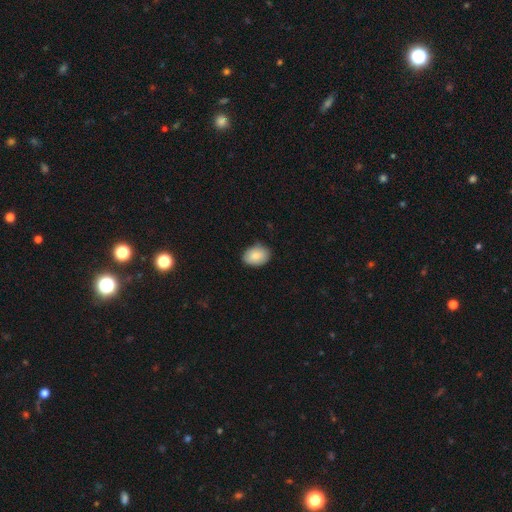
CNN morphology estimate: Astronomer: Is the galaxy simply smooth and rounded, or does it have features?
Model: smooth — 85%.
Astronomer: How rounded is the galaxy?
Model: in between — 75%.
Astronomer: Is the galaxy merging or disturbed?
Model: none — 82%.